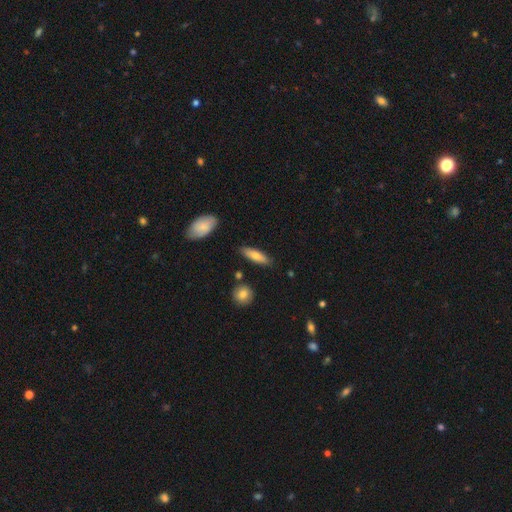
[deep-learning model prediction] smooth_or_featured: smooth (p=0.74) [alt: featured or disk p=0.20]
how_rounded: cigar-shaped (p=0.55) [alt: in between p=0.43]
merging: none (p=0.84) [alt: minor disturbance p=0.10]